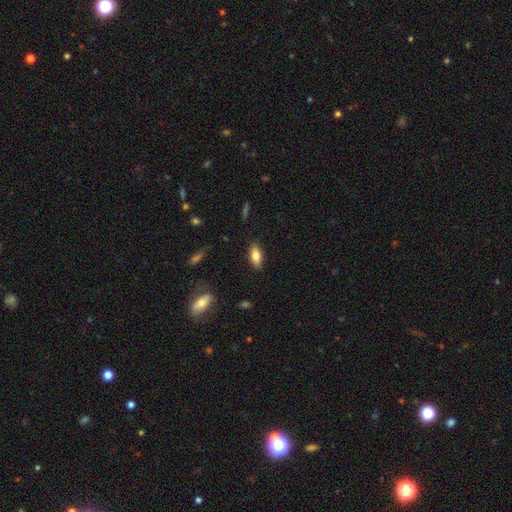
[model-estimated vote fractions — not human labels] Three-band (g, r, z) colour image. It shows a smooth galaxy with no disk features (78%) that is in between round and cigar-shaped (81%). Merging: none (86%).